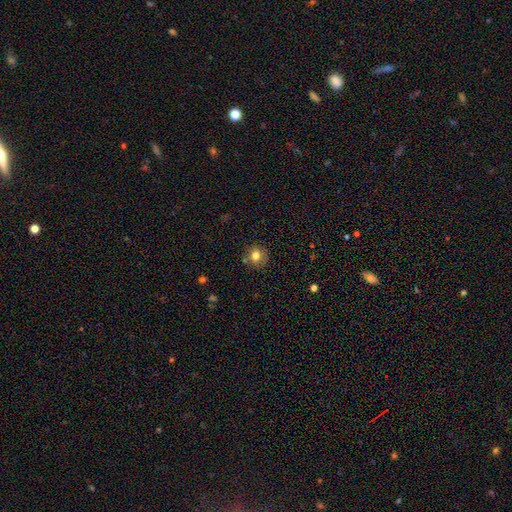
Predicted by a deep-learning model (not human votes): A smooth galaxy with no disk features (77%) that is round (85%).

Vote fractions:
- Smooth or featured? smooth: 77% / star or artifact: 11% / featured or disk: 11%
- How rounded? round: 85% / in between: 14% / cigar-shaped: 1%
- Merging? none: 79% / minor disturbance: 13% / merger: 4% / major disturbance: 3%